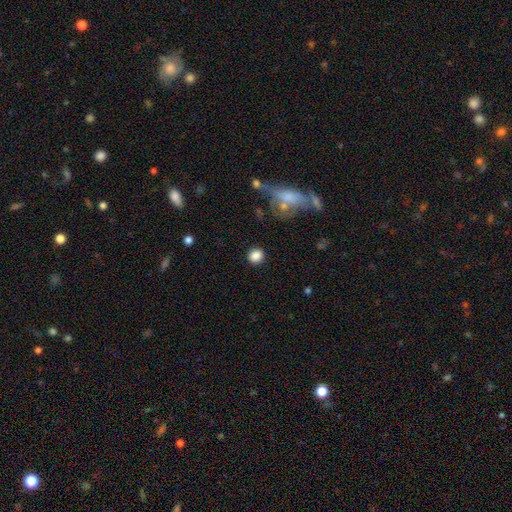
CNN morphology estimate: smooth-or-featured: smooth: 85% | star or artifact: 9% | featured or disk: 5%
  how-rounded: round: 84% | in between: 15% | cigar-shaped: 1%
  merging: none: 89% | minor disturbance: 7% | major disturbance: 3% | merger: 2%